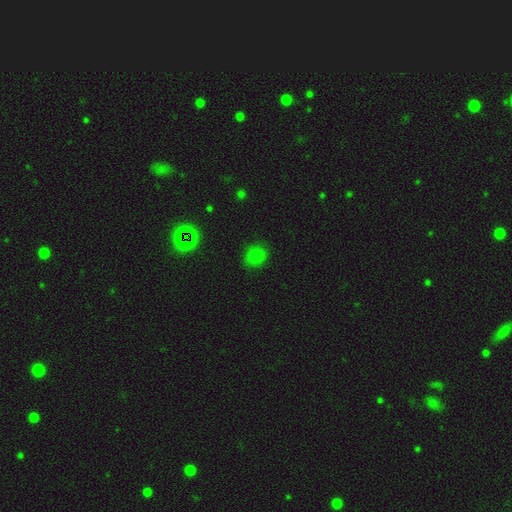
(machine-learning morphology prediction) This appears to be a smooth galaxy with no disk features (75%) that is round (74%). Merging: none (83%).